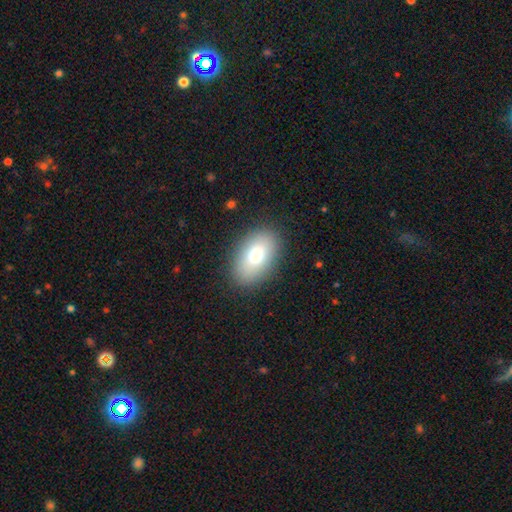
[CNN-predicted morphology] Q: Smooth or featured?
A: smooth (76%); runner-up: featured or disk (15%)
Q: How rounded?
A: in between (90%); runner-up: round (8%)
Q: Merging?
A: none (87%); runner-up: minor disturbance (9%)